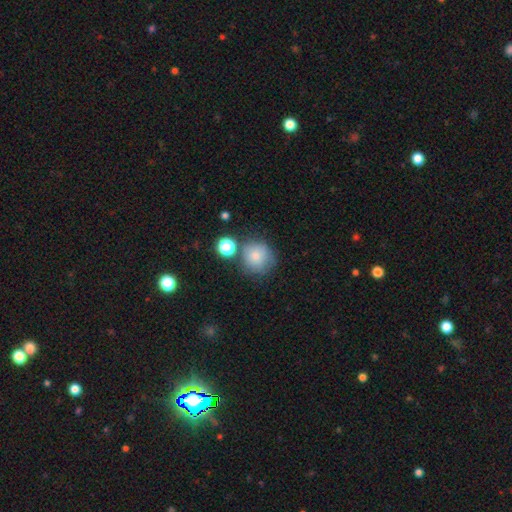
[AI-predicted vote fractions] Morphology: type=smooth (79%); roundness=round (90%); merging=none (64%).